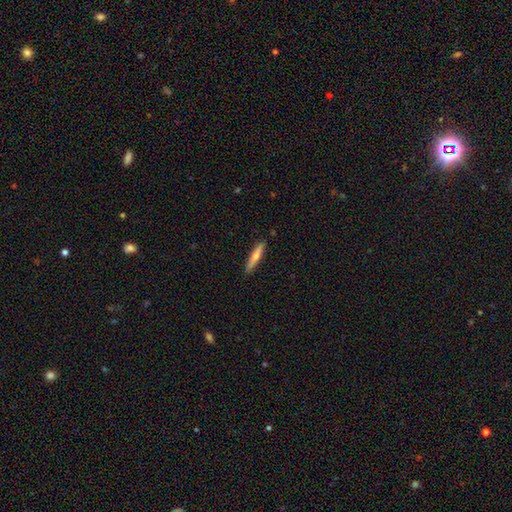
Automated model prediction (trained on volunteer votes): Q: Smooth or featured?
A: smooth (51%); runner-up: featured or disk (42%)
Q: How rounded?
A: cigar-shaped (92%); runner-up: in between (7%)
Q: Merging?
A: none (90%); runner-up: minor disturbance (8%)